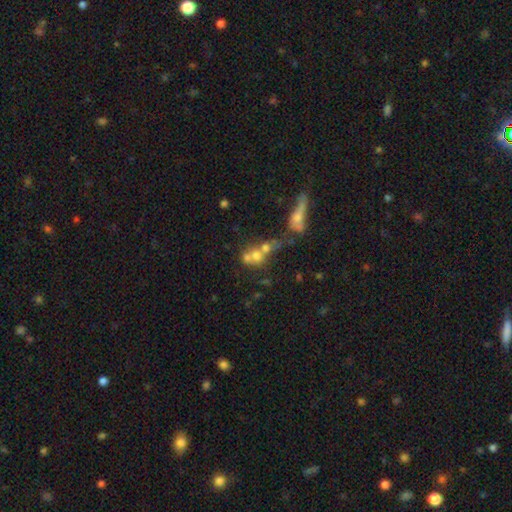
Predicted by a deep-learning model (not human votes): This appears to be a smooth galaxy with no disk features (57%) that is round (65%). Merging: merger (63%).